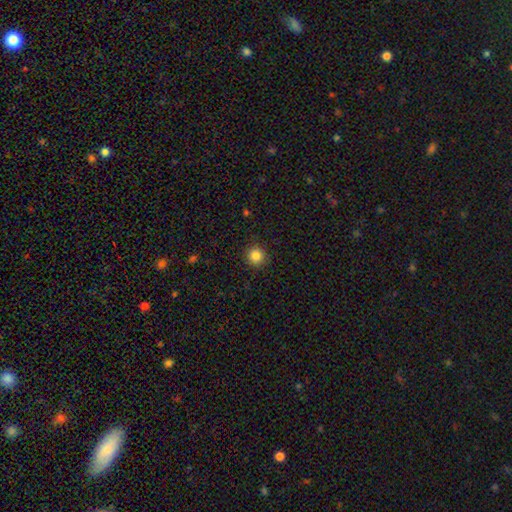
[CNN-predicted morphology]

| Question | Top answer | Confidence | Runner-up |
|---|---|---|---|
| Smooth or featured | smooth | 85% | star or artifact (11%) |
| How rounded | round | 94% | in between (5%) |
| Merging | none | 91% | minor disturbance (6%) |